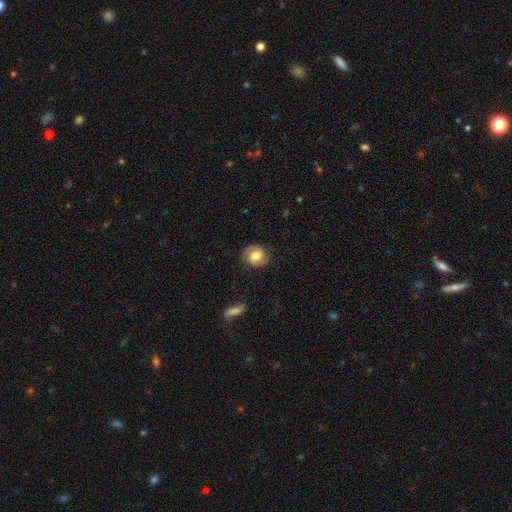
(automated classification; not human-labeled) Morphology: type=smooth (51%); roundness=round (75%); merging=none (81%).